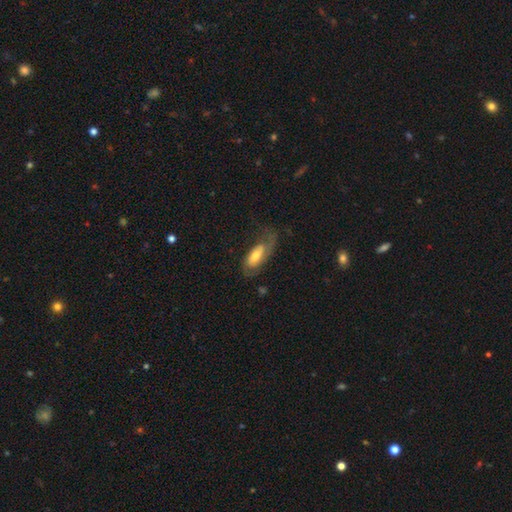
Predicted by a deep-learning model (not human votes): This is possibly a featured or disk galaxy (50%). It is clearly not viewed edge-on (86%). Merging: marginally none (43%).